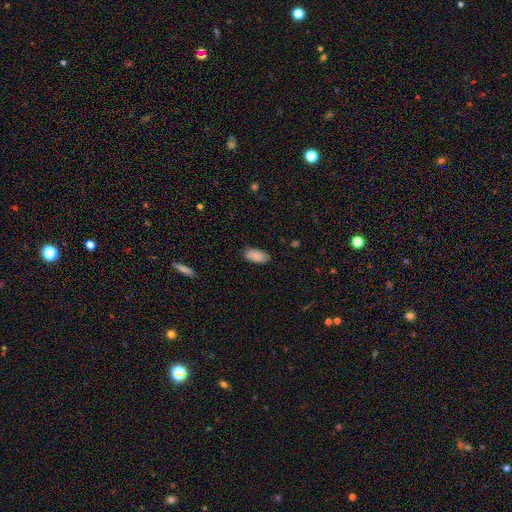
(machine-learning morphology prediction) Overall: smooth (88%). How rounded: in between (92%). Merging: none (84%).